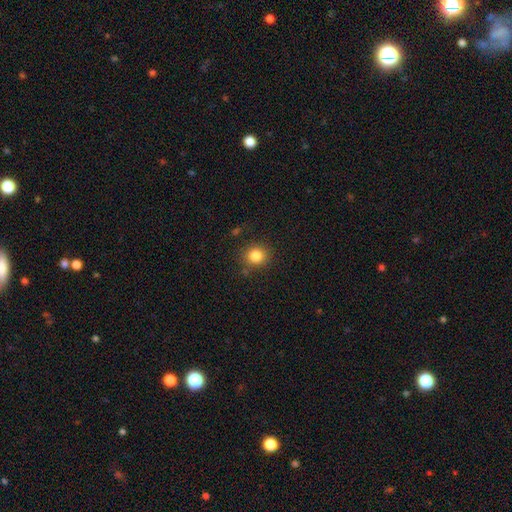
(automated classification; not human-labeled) Smooth or featured? smooth (83%)
How rounded? round (83%)
Merging? none (83%)